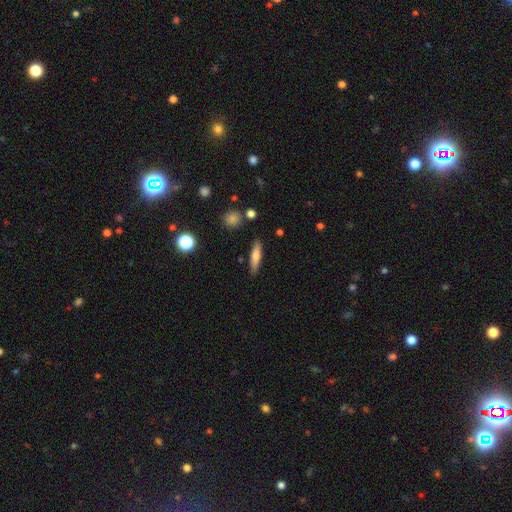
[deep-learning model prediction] This appears to be a smooth galaxy with no disk features (65%) that is cigar-shaped (77%). Merging: none (86%).